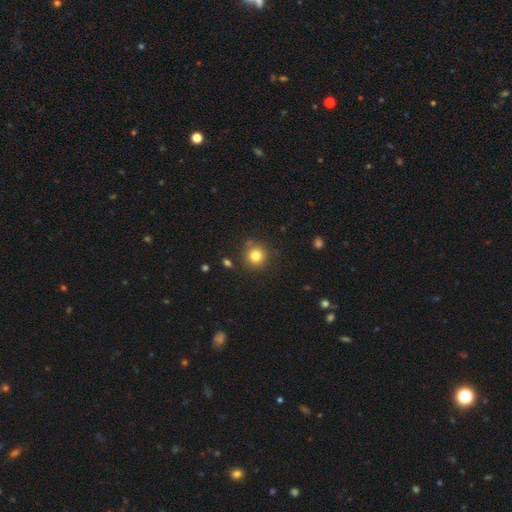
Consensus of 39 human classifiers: Overall: smooth (74%). How rounded: round (100%). Merging: none (89%).